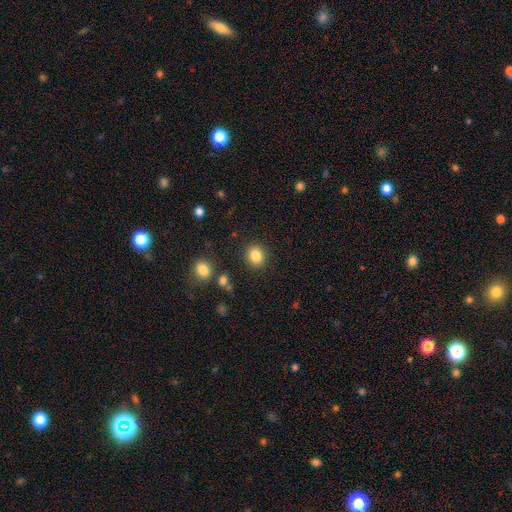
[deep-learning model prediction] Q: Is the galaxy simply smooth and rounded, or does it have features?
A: smooth — 85%.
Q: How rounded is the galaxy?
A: round — 66%.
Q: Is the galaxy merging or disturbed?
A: none — 87%.